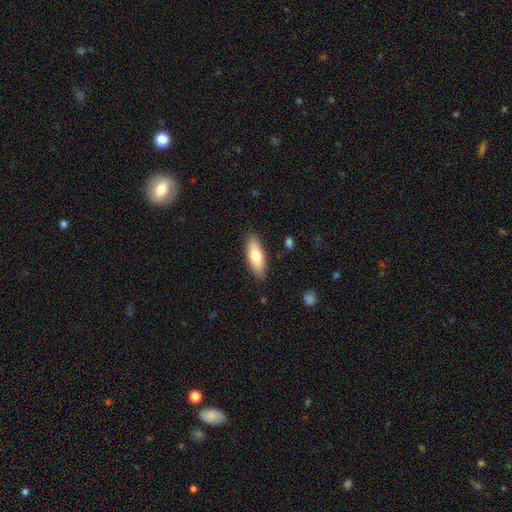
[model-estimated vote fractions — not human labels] Smooth or featured? smooth (72%)
How rounded? in between (71%)
Merging? none (87%)